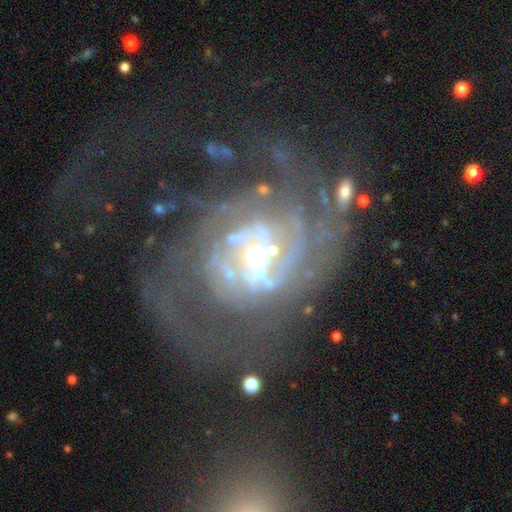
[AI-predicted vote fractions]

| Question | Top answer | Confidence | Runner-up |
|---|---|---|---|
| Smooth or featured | featured or disk | 85% | star or artifact (8%) |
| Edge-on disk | no | 97% | yes (3%) |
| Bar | no | 58% | weak (30%) |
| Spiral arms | yes | 90% | no (10%) |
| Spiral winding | tight | 43% | medium (40%) |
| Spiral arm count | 2 | 34% | can't tell (29%) |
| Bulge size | small | 55% | moderate (37%) |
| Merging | none | 45% | major disturbance (30%) |